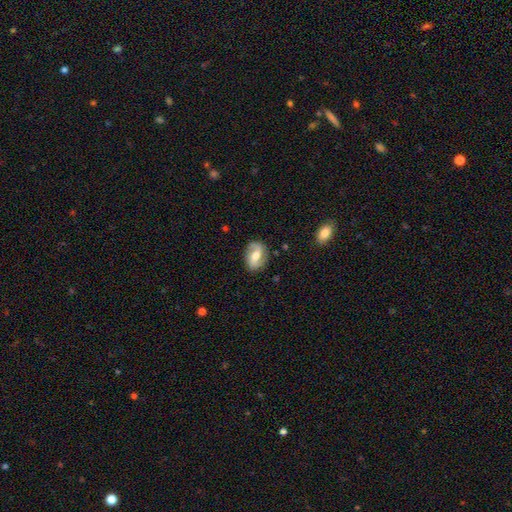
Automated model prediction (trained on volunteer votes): The model was most divided on "spiral winding": loose: 42%, medium: 38%, tight: 19%. Remaining: edge-on disk — no (96%); spiral arm count — 2 (89%); spiral arms — yes (89%); merging — none (82%); bulge size — moderate (71%); smooth or featured — featured or disk (70%); bar — weak (42%).